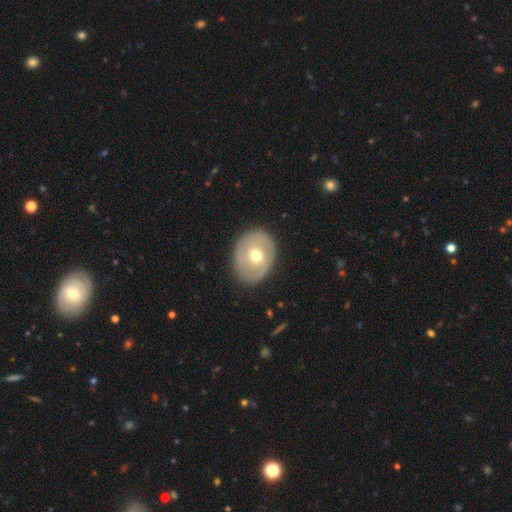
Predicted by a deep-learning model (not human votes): A smooth galaxy with no disk features (50%) that is in between round and cigar-shaped (58%).

Vote fractions:
- Smooth or featured? smooth: 50% / featured or disk: 43% / star or artifact: 6%
- How rounded? in between: 58% / round: 41% / cigar-shaped: 1%
- Merging? none: 84% / minor disturbance: 12% / major disturbance: 4% / merger: 1%